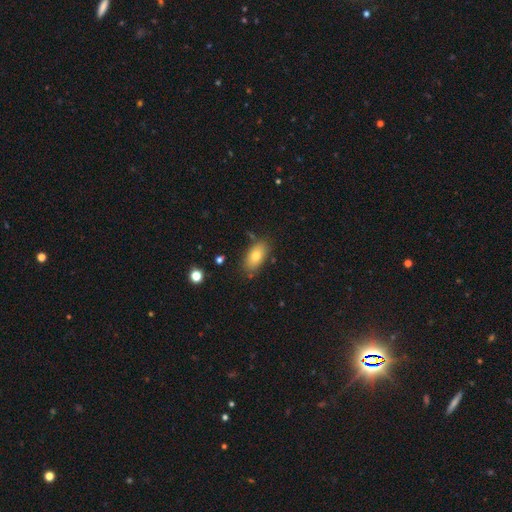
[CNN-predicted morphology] Smooth or featured?
  - smooth: 78% *
  - featured or disk: 14%
  - star or artifact: 8%
How rounded?
  - in between: 90% *
  - cigar-shaped: 5%
  - round: 5%
Merging?
  - none: 81% *
  - minor disturbance: 13%
  - merger: 3%
  - major disturbance: 3%